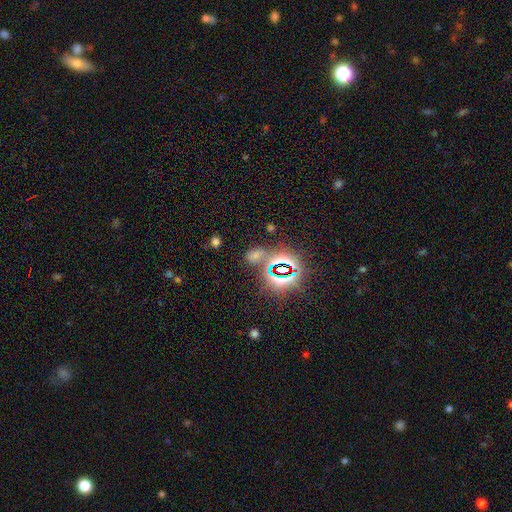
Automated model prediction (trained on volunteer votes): Smooth or featured? Predicted: star or artifact (p=0.56).